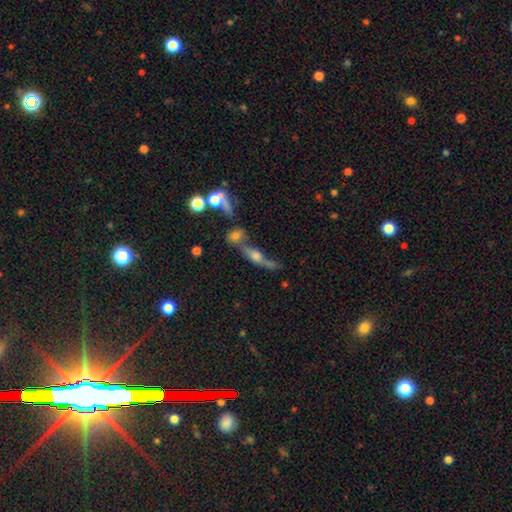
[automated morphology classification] Smooth or featured? featured or disk (48%)
Merging? merger (48%)